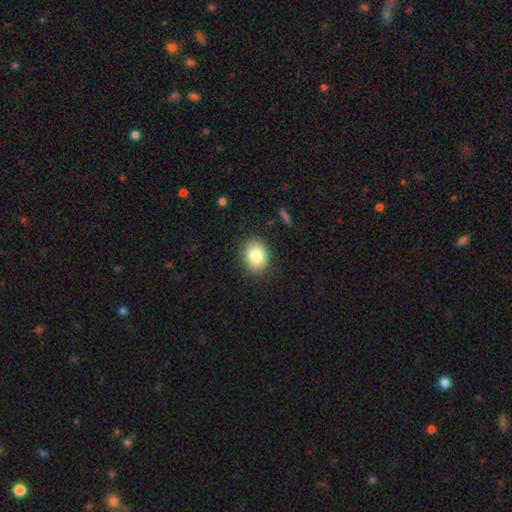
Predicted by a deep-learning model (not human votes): smooth 83%, star or artifact 9%, featured or disk 8%. Down the decision tree: how rounded — in between (50%); merging — none (87%).